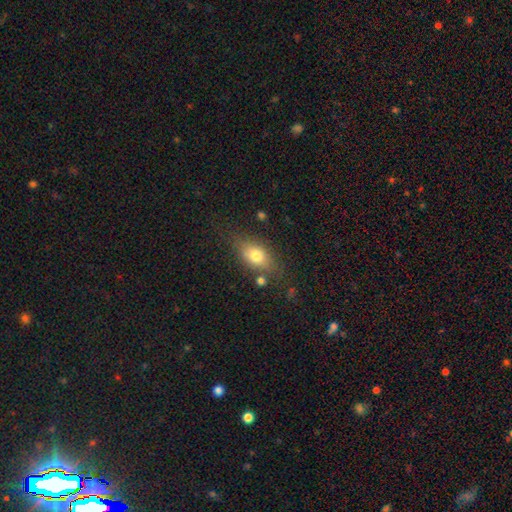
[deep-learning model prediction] Smooth or featured? smooth (75%)
How rounded? in between (81%)
Merging? none (71%)